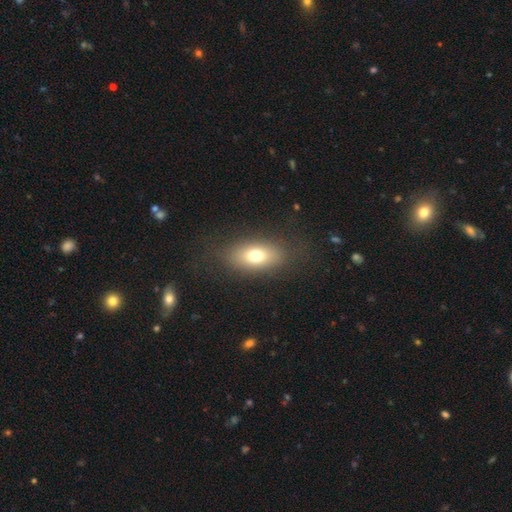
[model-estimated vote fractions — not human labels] Overall: smooth (72%). How rounded: in between (82%). Merging: none (81%).